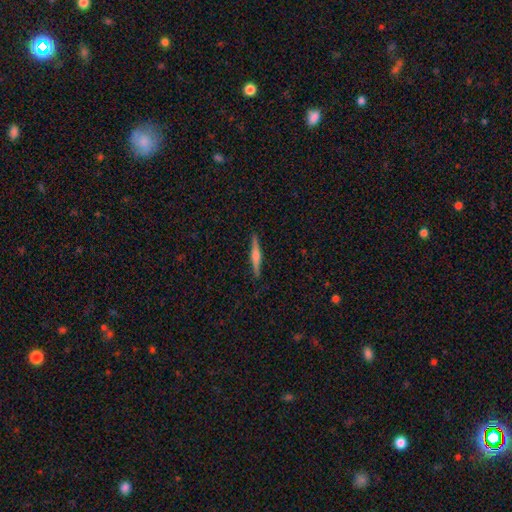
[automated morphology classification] smooth_or_featured: featured or disk (p=0.70) [alt: smooth p=0.24]
disk_edge_on: yes (p=0.98) [alt: no p=0.02]
edge_on_bulge: rounded (p=0.79) [alt: boxy p=0.14]
merging: none (p=0.91) [alt: minor disturbance p=0.06]